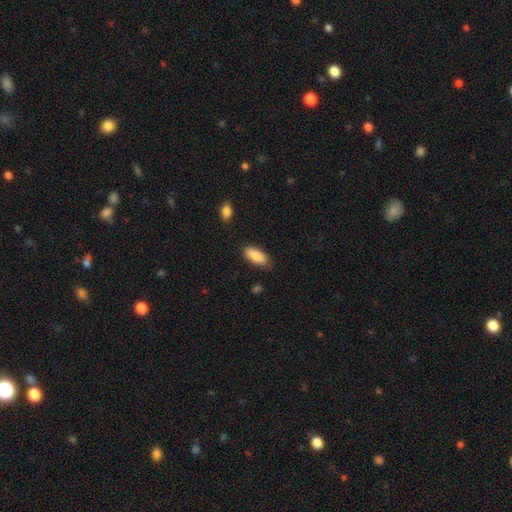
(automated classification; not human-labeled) smooth-or-featured: smooth: 88% | featured or disk: 6% | star or artifact: 6%
  how-rounded: in between: 83% | cigar-shaped: 15% | round: 2%
  merging: none: 82% | minor disturbance: 13% | major disturbance: 3% | merger: 2%